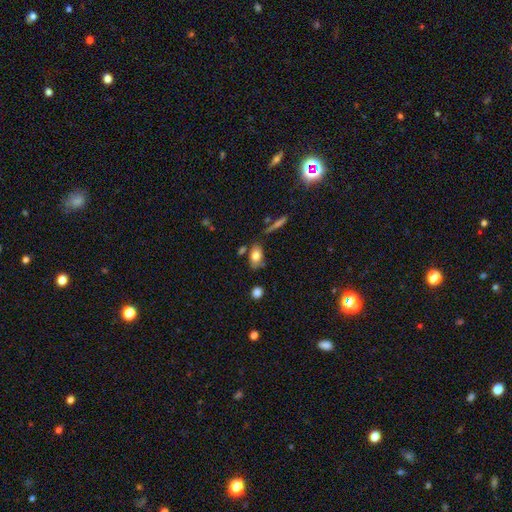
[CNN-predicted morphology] Q: Smooth or featured?
A: smooth (77%); runner-up: featured or disk (15%)
Q: How rounded?
A: in between (87%); runner-up: round (9%)
Q: Merging?
A: none (70%); runner-up: minor disturbance (17%)